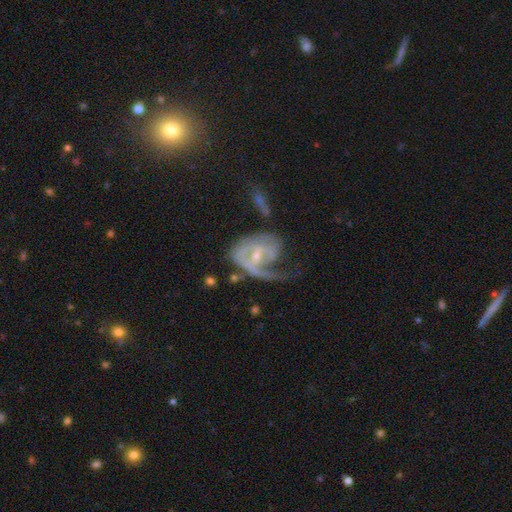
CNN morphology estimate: This appears to be a featured or disk galaxy (80%) with a weak bar (49%), 1 (59%) medium (38%) spiral arms (85%) and a small central bulge (60%). Merging: major disturbance (49%).